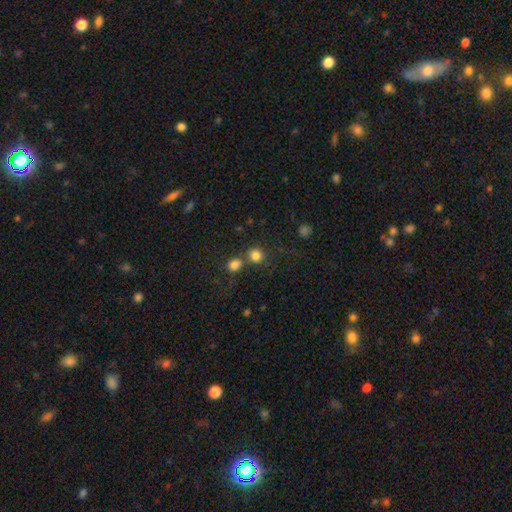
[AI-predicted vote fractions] A smooth galaxy with no disk features (81%) that is round (84%). Merging: none (58%).